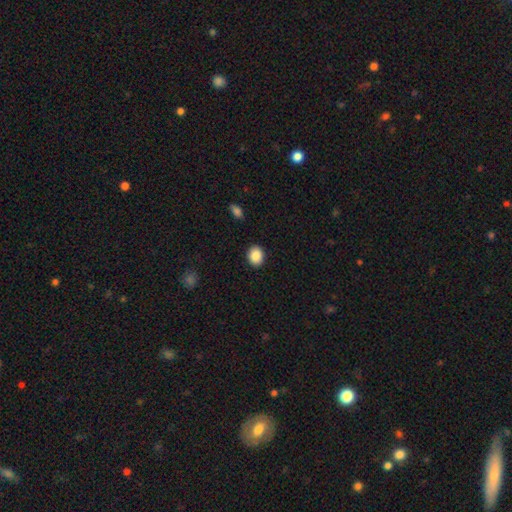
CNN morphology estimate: smooth-or-featured: smooth: 88% | star or artifact: 8% | featured or disk: 4%
  how-rounded: round: 57% | in between: 43% | cigar-shaped: 1%
  merging: none: 90% | minor disturbance: 6% | major disturbance: 2% | merger: 1%